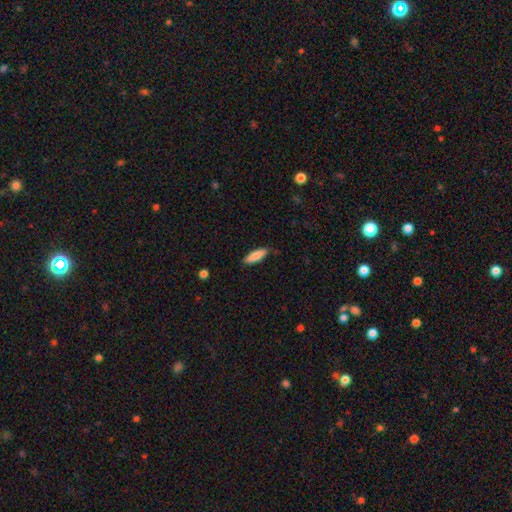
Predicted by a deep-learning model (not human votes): Q: Smooth or featured?
A: smooth (85%); runner-up: featured or disk (9%)
Q: How rounded?
A: cigar-shaped (59%); runner-up: in between (39%)
Q: Merging?
A: none (83%); runner-up: minor disturbance (14%)